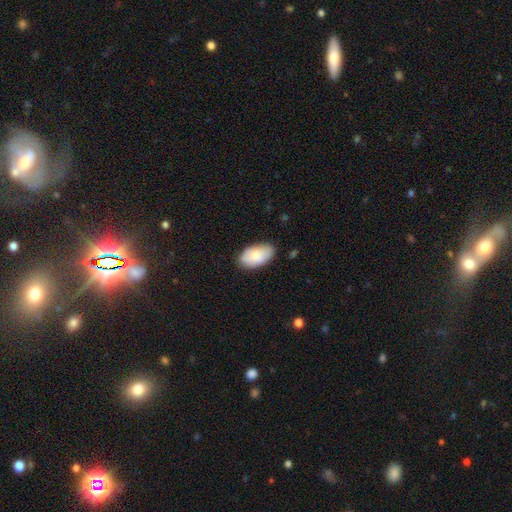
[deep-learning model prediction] smooth 76%, featured or disk 18%, star or artifact 6%. Down the decision tree: how rounded — in between (94%); merging — none (80%).